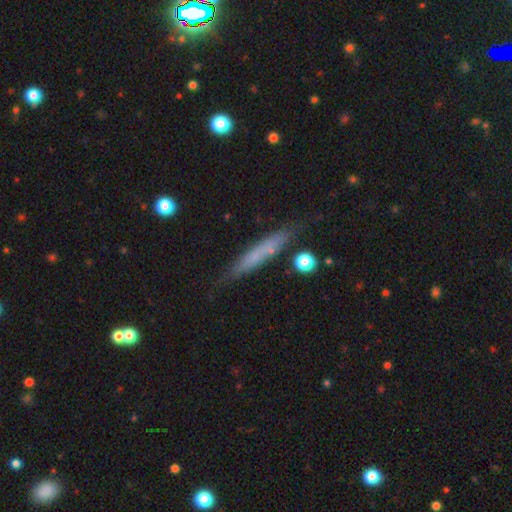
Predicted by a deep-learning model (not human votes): smooth 59%, featured or disk 34%, star or artifact 7%. Down the decision tree: how rounded — cigar-shaped (92%); merging — none (78%).